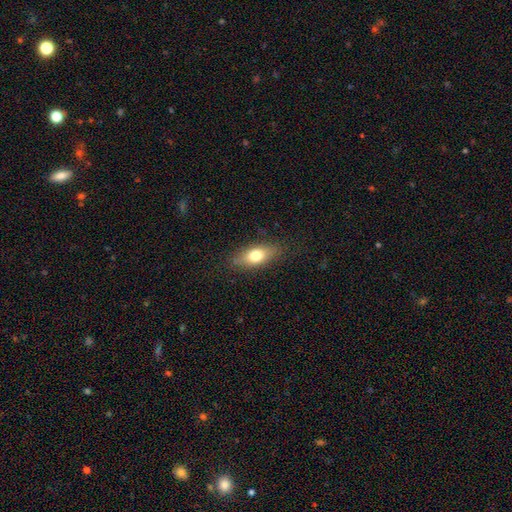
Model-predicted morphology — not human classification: smooth_or_featured: smooth (p=0.72) [alt: featured or disk p=0.20]
how_rounded: in between (p=0.78) [alt: cigar-shaped p=0.15]
merging: none (p=0.82) [alt: minor disturbance p=0.14]